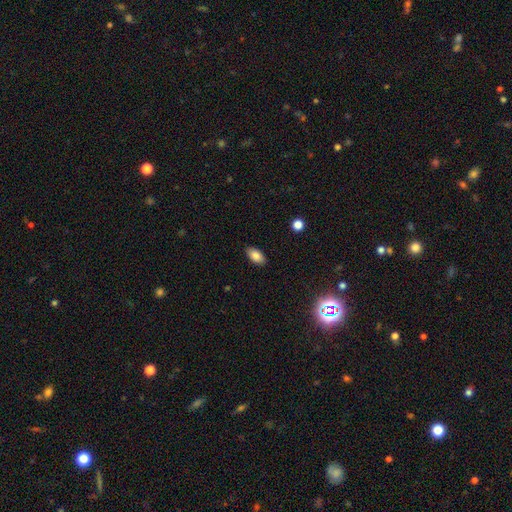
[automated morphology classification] This appears to be a smooth galaxy with no disk features (83%) that is in between round and cigar-shaped (93%). Merging: none (88%).